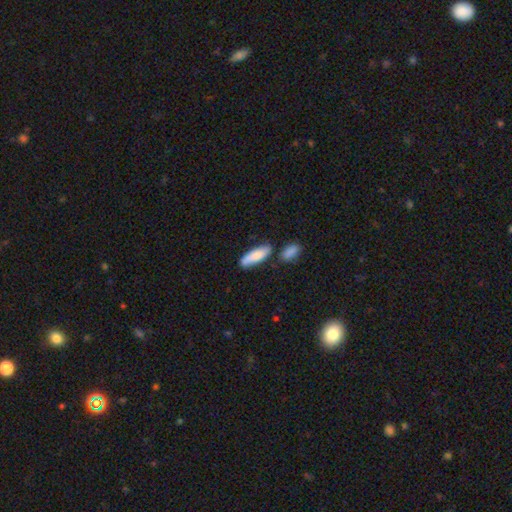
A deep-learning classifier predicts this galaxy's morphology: Smooth or featured?
  - smooth: 81% *
  - featured or disk: 14%
  - star or artifact: 6%
How rounded?
  - in between: 52% *
  - cigar-shaped: 45%
  - round: 2%
Merging?
  - none: 67% *
  - minor disturbance: 17%
  - merger: 12%
  - major disturbance: 4%